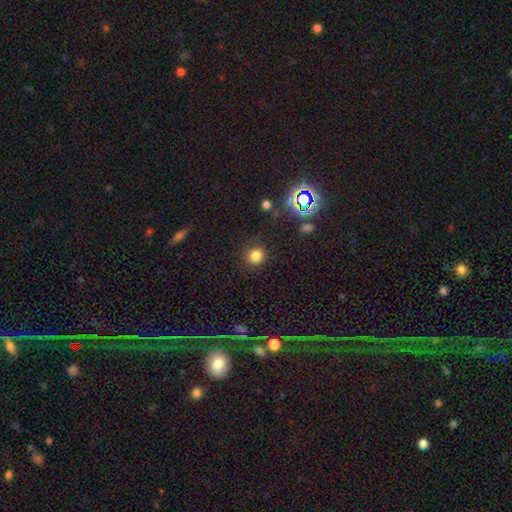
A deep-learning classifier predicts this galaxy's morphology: smooth-or-featured: smooth: 80% | star or artifact: 15% | featured or disk: 5%
  how-rounded: round: 91% | in between: 8% | cigar-shaped: 1%
  merging: none: 87% | minor disturbance: 8% | major disturbance: 3% | merger: 2%